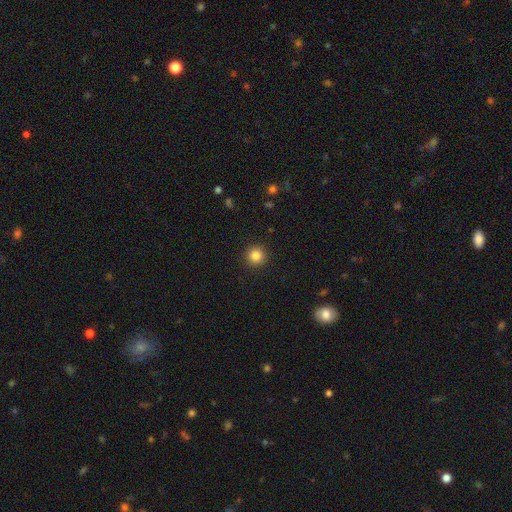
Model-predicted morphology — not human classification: smooth 84%, star or artifact 11%, featured or disk 5%. Down the decision tree: how rounded — round (95%); merging — none (93%).